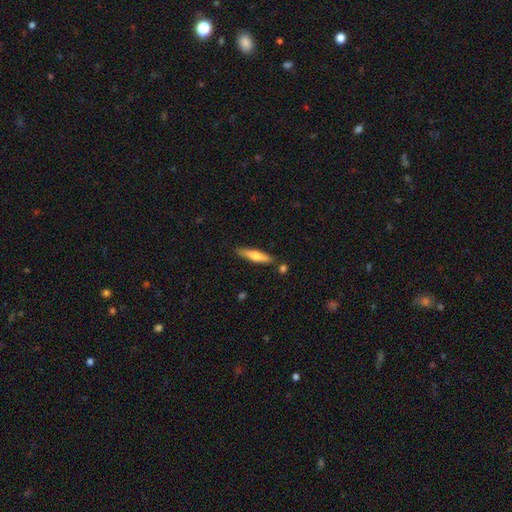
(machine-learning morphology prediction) Overall: smooth (59%; featured or disk 35%). How rounded: cigar-shaped (85%). Merging: none (83%).